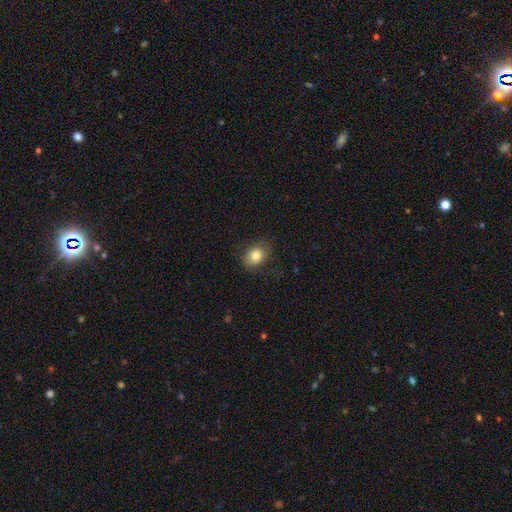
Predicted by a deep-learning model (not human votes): smooth-or-featured: smooth: 82% | featured or disk: 9% | star or artifact: 9%
  how-rounded: in between: 62% | round: 37% | cigar-shaped: 1%
  merging: none: 78% | minor disturbance: 16% | major disturbance: 5% | merger: 1%